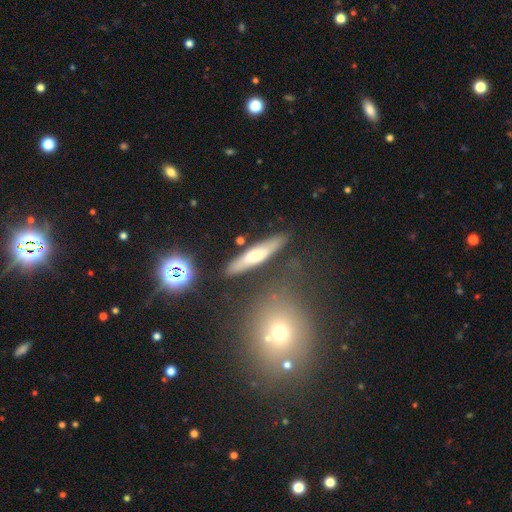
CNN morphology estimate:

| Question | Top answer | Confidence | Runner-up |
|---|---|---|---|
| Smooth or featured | smooth | 50% | featured or disk (42%) |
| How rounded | cigar-shaped | 82% | in between (16%) |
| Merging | none | 81% | minor disturbance (12%) |